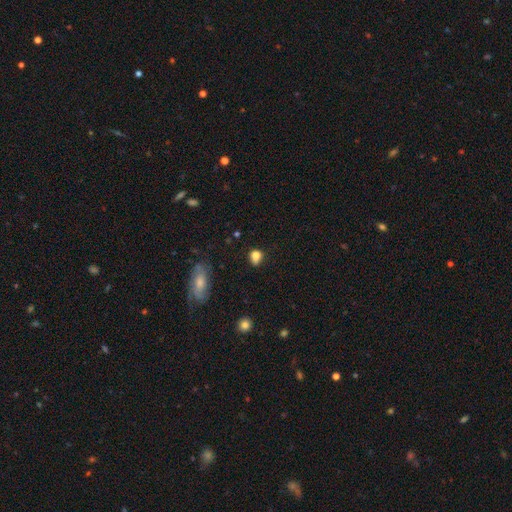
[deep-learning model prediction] Q: Smooth or featured?
A: smooth (82%); runner-up: star or artifact (11%)
Q: How rounded?
A: in between (55%); runner-up: round (43%)
Q: Merging?
A: none (69%); runner-up: minor disturbance (21%)